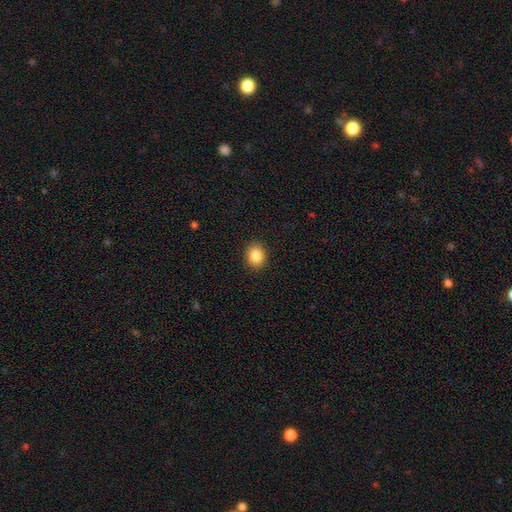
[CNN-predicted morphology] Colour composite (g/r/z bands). It shows a smooth galaxy with no disk features (86%) that is round (60%). Merging: none (91%).